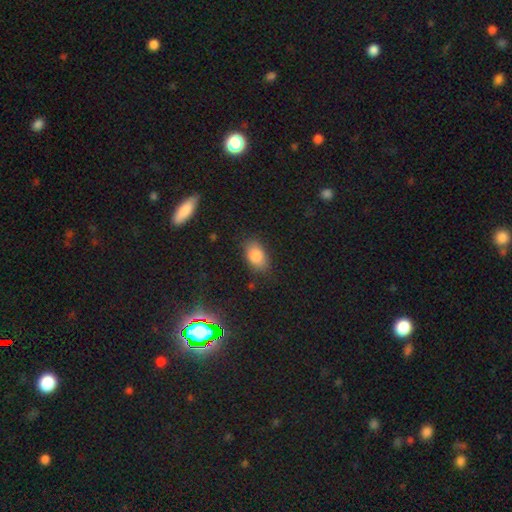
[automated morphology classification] Overall: smooth (83%). How rounded: in between (88%). Merging: none (79%).